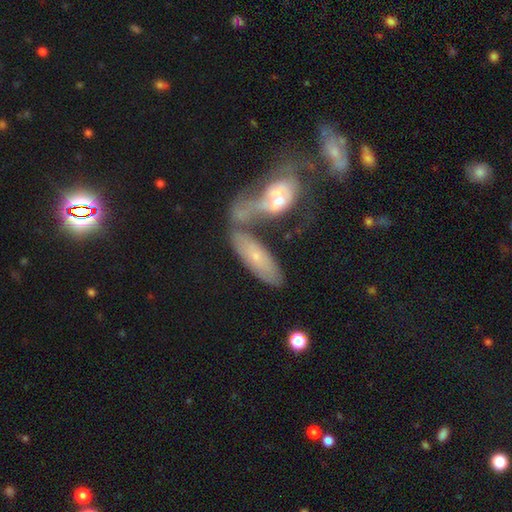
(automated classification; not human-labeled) A featured or disk galaxy (47%).

Vote fractions:
- Smooth or featured? featured or disk: 47% / smooth: 43% / star or artifact: 10%
- Merging? merger: 44% / none: 35% / minor disturbance: 13% / major disturbance: 8%